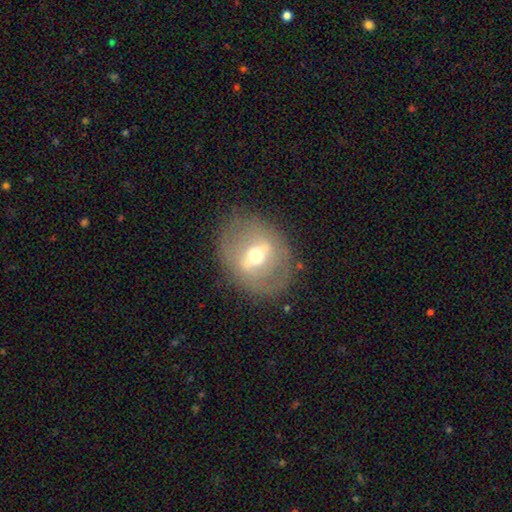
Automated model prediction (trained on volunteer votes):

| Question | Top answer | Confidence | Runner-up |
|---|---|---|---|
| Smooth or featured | featured or disk | 66% | smooth (26%) |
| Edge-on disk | no | 84% | yes (16%) |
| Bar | strong | 56% | weak (32%) |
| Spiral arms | no | 80% | yes (20%) |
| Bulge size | moderate | 69% | small (20%) |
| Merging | none | 80% | minor disturbance (12%) |